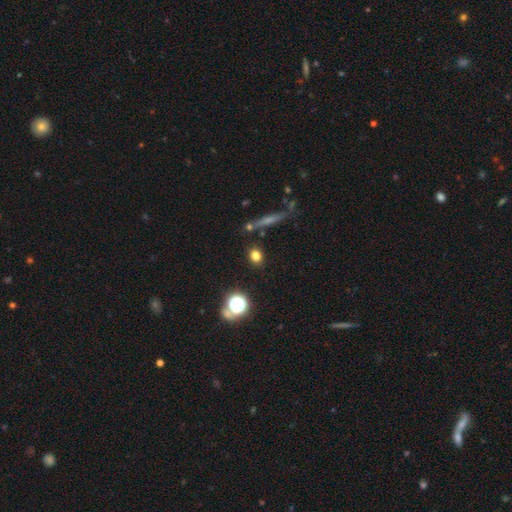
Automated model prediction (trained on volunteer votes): Smooth or featured? smooth (76%)
How rounded? round (60%)
Merging? none (83%)